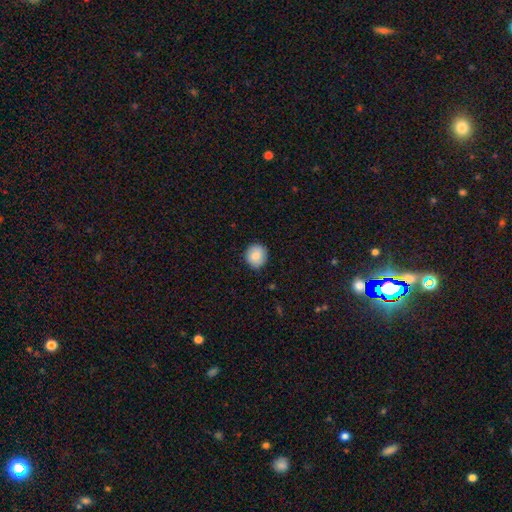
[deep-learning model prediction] Smooth or featured?
  - smooth: 85% *
  - featured or disk: 8%
  - star or artifact: 7%
How rounded?
  - round: 85% *
  - in between: 14%
  - cigar-shaped: 1%
Merging?
  - none: 89% *
  - minor disturbance: 9%
  - major disturbance: 2%
  - merger: 1%